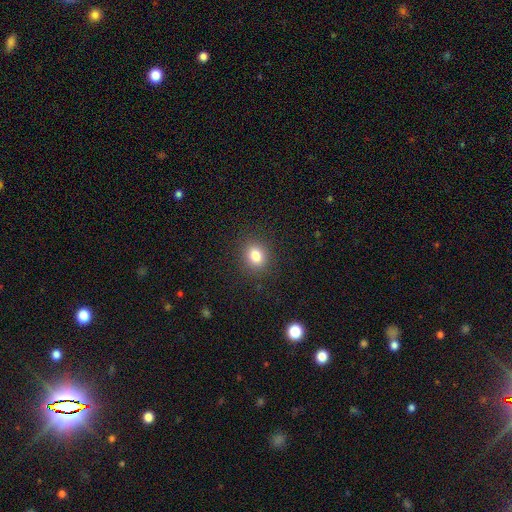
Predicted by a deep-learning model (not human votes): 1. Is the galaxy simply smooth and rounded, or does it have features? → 82% smooth, 12% star or artifact, 7% featured or disk.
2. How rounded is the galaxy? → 62% round, 37% in between, 1% cigar-shaped.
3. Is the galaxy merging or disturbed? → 89% none, 8% minor disturbance, 3% major disturbance, 1% merger.